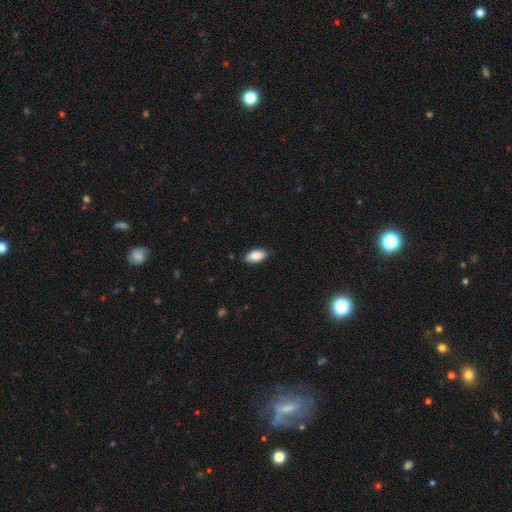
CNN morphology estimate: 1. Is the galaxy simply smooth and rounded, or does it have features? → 87% smooth, 7% featured or disk, 6% star or artifact.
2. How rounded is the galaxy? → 91% in between, 6% cigar-shaped, 3% round.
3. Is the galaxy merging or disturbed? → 86% none, 11% minor disturbance, 2% major disturbance, 1% merger.